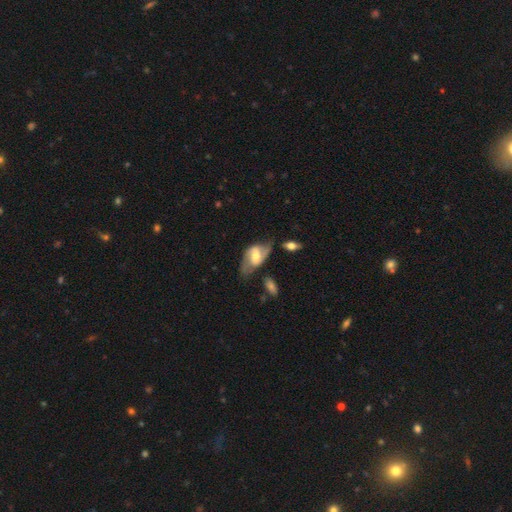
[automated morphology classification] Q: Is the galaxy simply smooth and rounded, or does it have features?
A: featured or disk — 70%.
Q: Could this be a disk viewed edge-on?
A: no — 94%.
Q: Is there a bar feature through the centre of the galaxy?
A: weak — 45%.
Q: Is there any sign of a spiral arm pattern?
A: yes — 86%.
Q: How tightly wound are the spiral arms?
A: loose — 44%.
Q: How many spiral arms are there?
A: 2 — 86%.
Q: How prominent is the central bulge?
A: moderate — 62%.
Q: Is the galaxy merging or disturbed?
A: none — 57%.